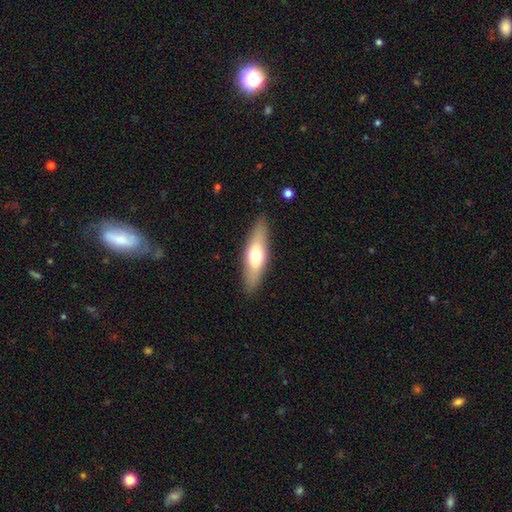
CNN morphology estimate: This appears to be a smooth galaxy with no disk features (56%) that is cigar-shaped (56%). Merging: none (88%).